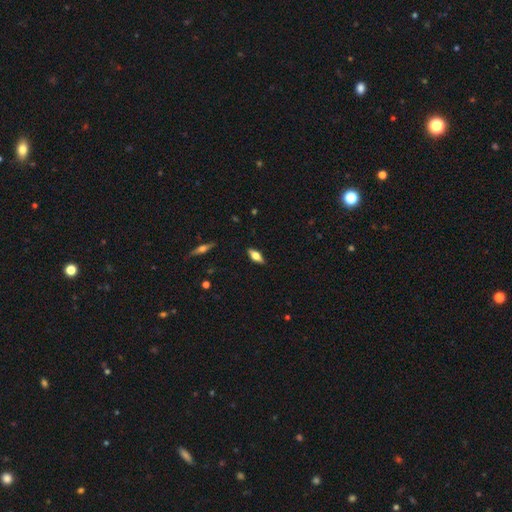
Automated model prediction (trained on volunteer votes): Smooth or featured?
  - smooth: 47% *
  - featured or disk: 45%
  - star or artifact: 8%
Merging?
  - none: 87% *
  - minor disturbance: 10%
  - major disturbance: 2%
  - merger: 1%